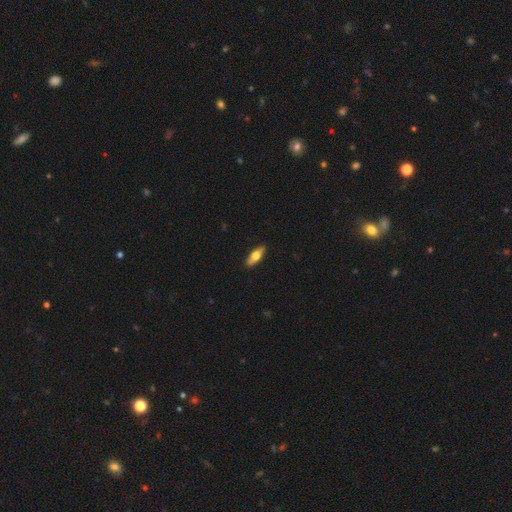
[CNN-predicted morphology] smooth-or-featured: smooth: 56% | featured or disk: 38% | star or artifact: 6%
  how-rounded: in between: 59% | cigar-shaped: 38% | round: 3%
  merging: none: 89% | minor disturbance: 8% | major disturbance: 2% | merger: 1%